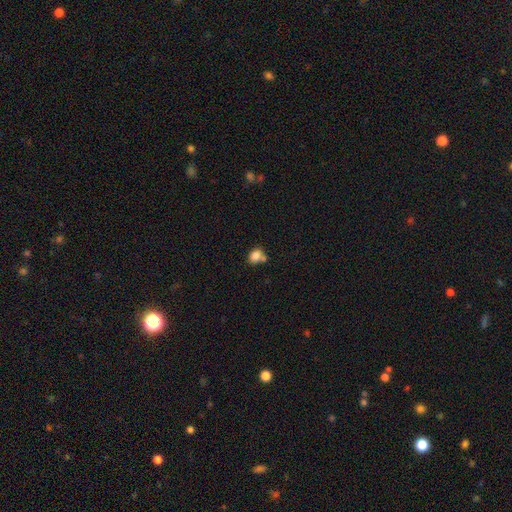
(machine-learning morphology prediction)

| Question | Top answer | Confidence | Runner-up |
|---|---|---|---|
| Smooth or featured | smooth | 82% | star or artifact (10%) |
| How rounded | round | 57% | in between (42%) |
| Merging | none | 49% | merger (27%) |